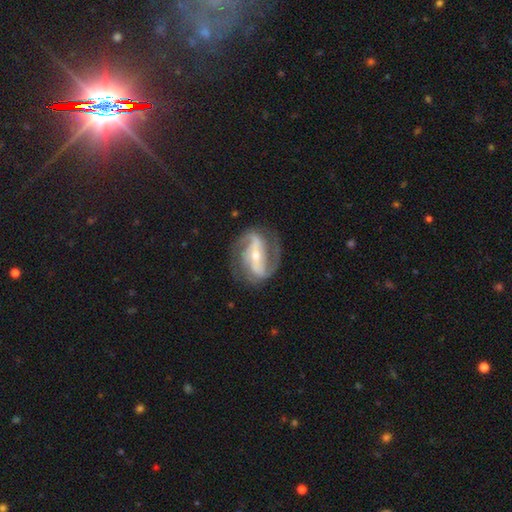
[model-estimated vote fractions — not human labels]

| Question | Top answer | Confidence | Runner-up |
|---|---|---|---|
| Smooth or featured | featured or disk | 89% | smooth (6%) |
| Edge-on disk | no | 96% | yes (4%) |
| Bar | strong | 58% | weak (26%) |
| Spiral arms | yes | 96% | no (4%) |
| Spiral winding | medium | 49% | tight (25%) |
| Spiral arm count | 2 | 81% | 3 (8%) |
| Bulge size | small | 54% | moderate (42%) |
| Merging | none | 76% | minor disturbance (14%) |